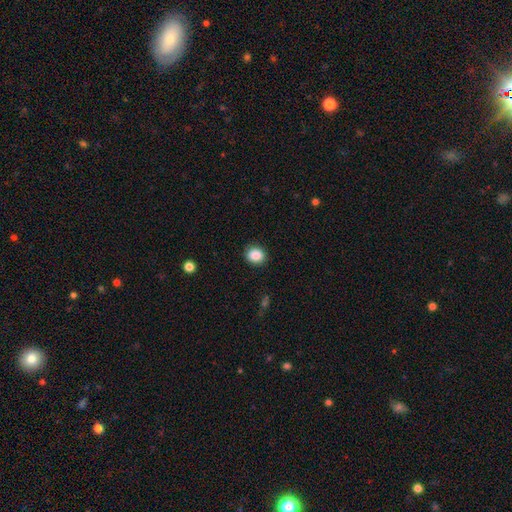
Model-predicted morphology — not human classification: Overall: smooth (88%). How rounded: round (68%; in between 31%). Merging: none (88%).